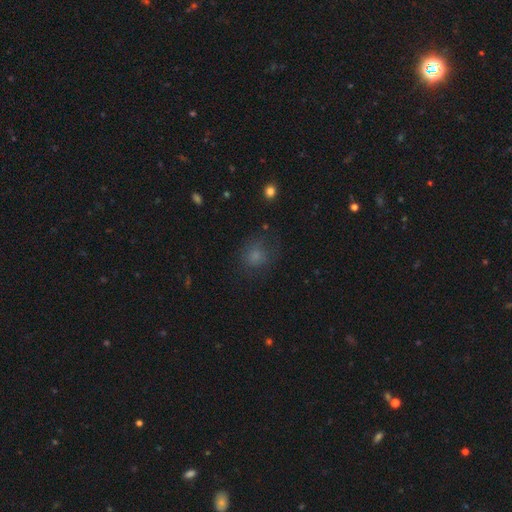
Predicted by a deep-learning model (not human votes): A smooth galaxy with no disk features (72%) that is round (79%). Merging: none (66%).